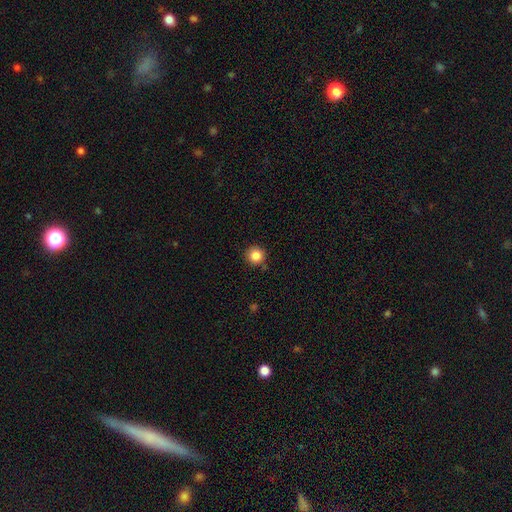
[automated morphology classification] smooth 84%, star or artifact 11%, featured or disk 5%. Down the decision tree: how rounded — round (95%); merging — none (87%).